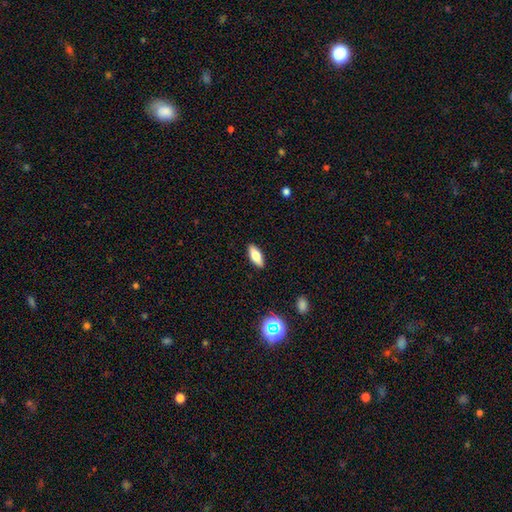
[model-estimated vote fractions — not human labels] smooth_or_featured: smooth (p=0.73) [alt: featured or disk p=0.19]
how_rounded: in between (p=0.76) [alt: cigar-shaped p=0.21]
merging: none (p=0.89) [alt: minor disturbance p=0.08]